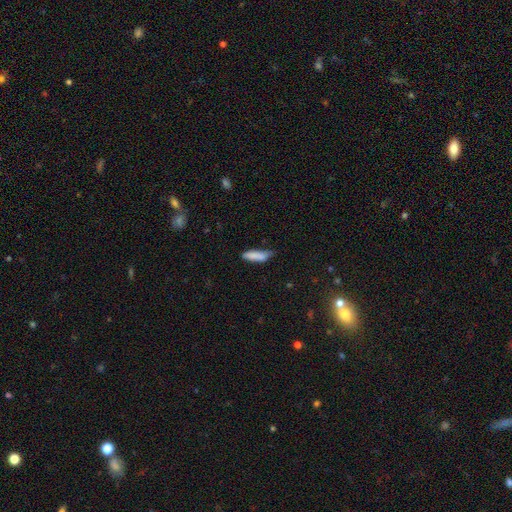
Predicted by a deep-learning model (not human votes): Smooth or featured: smooth — 84% (featured or disk — 9%)
How rounded: cigar-shaped — 62% (in between — 36%)
Merging: none — 56% (minor disturbance — 35%)